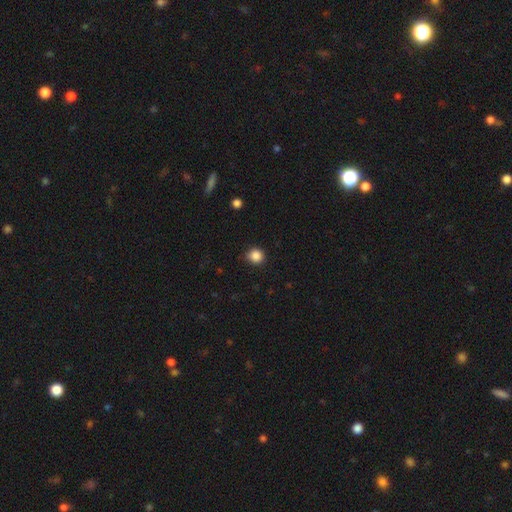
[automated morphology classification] smooth_or_featured: smooth (p=0.86) [alt: star or artifact p=0.11]
how_rounded: round (p=0.88) [alt: in between p=0.11]
merging: none (p=0.86) [alt: minor disturbance p=0.11]